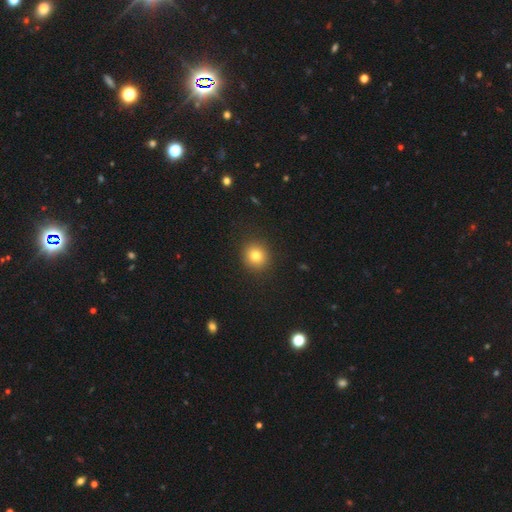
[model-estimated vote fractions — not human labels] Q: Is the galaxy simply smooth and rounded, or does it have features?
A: smooth — 80%.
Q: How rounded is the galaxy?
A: round — 90%.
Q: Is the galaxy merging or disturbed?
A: none — 91%.